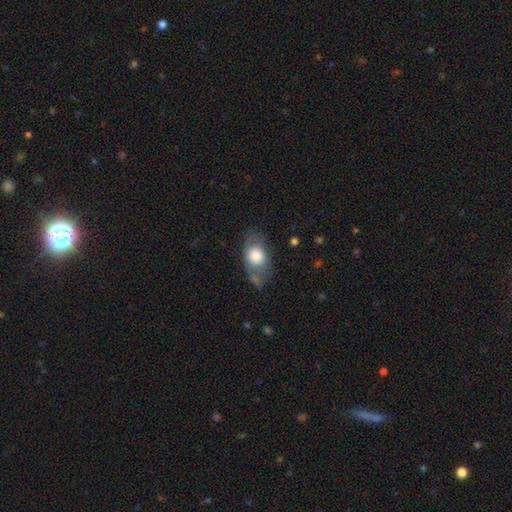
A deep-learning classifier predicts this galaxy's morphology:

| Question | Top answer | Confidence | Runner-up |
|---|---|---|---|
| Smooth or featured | smooth | 64% | featured or disk (30%) |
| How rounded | in between | 80% | round (17%) |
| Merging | none | 61% | minor disturbance (23%) |